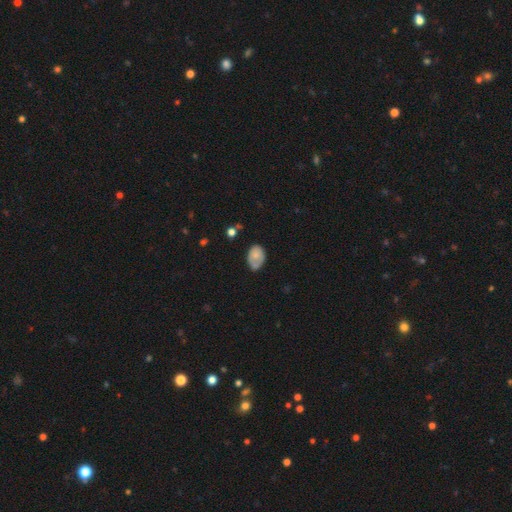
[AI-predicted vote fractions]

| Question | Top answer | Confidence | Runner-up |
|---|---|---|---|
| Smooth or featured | smooth | 73% | featured or disk (19%) |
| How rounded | in between | 79% | round (20%) |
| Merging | none | 47% | minor disturbance (33%) |